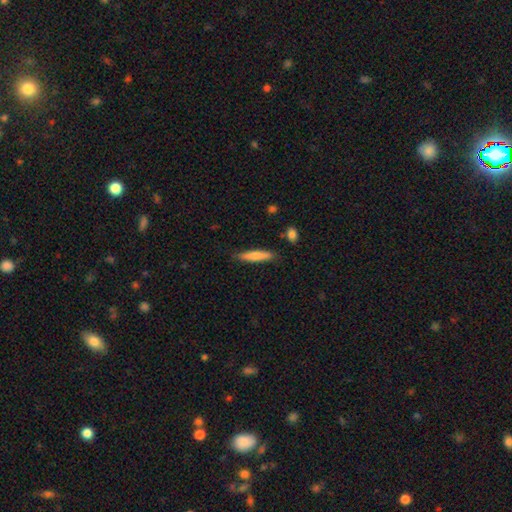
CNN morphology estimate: A smooth galaxy with no disk features (76%) that is cigar-shaped (86%). Merging: none (84%).